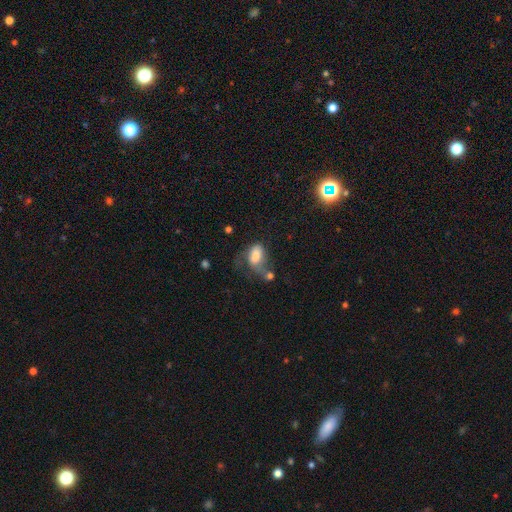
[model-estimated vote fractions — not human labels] Overall: smooth (70%). How rounded: in between (88%). Merging: major disturbance (34%; none 22%).